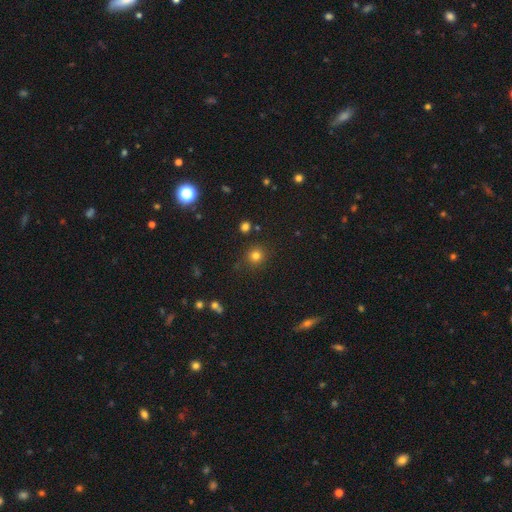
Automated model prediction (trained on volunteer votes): Morphology: type=smooth (79%); roundness=round (92%); merging=none (86%).